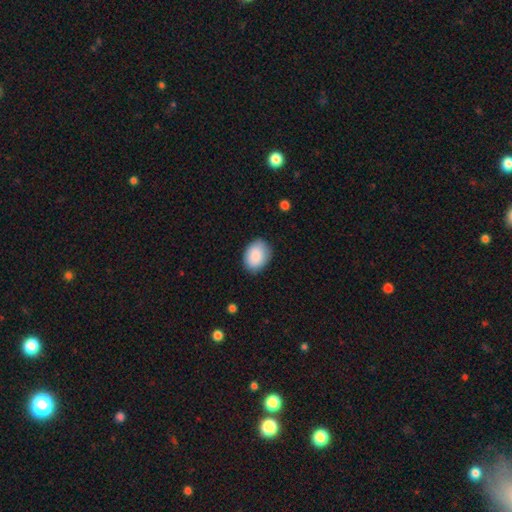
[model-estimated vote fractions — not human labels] Smooth or featured: smooth — 88% (star or artifact — 6%)
How rounded: in between — 70% (round — 29%)
Merging: none — 83% (minor disturbance — 13%)